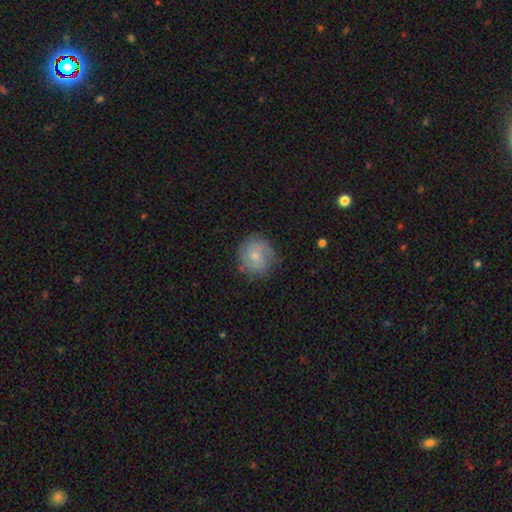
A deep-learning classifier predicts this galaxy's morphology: The model was most divided on "smooth or featured": smooth: 47%, featured or disk: 45%, star or artifact: 8%. More confident: merging — none (68%).